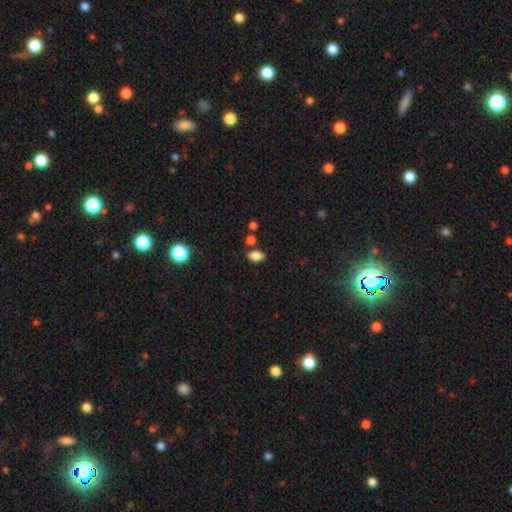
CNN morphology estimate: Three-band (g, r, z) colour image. It shows a smooth galaxy with no disk features (84%) that is in between round and cigar-shaped (85%). Merging: none (76%).